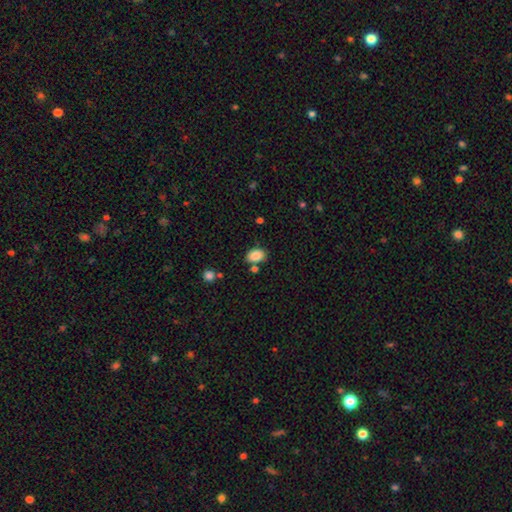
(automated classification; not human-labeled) smooth 87%, star or artifact 9%, featured or disk 5%. Down the decision tree: how rounded — in between (81%); merging — none (74%).